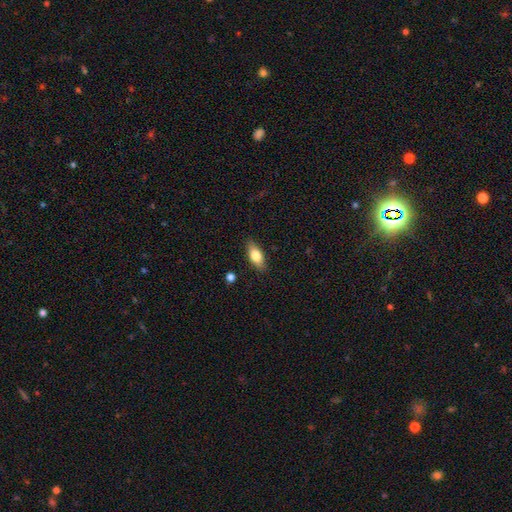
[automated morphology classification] type=smooth (75%); roundness=in between (82%); merging=none (86%).